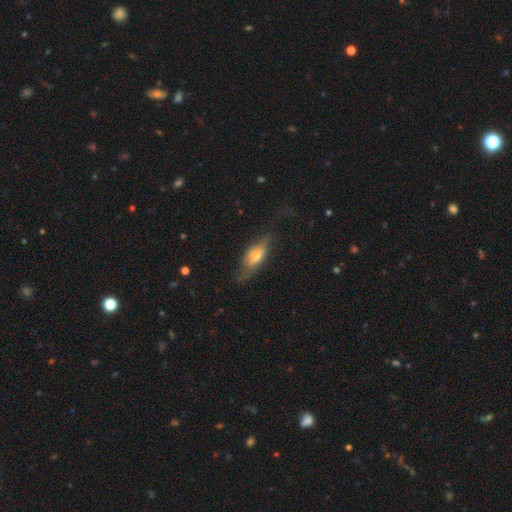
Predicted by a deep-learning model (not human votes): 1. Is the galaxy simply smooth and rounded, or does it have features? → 53% smooth, 39% featured or disk, 8% star or artifact.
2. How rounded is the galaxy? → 67% in between, 29% cigar-shaped, 4% round.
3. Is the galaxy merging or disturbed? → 59% none, 26% minor disturbance, 13% major disturbance, 2% merger.